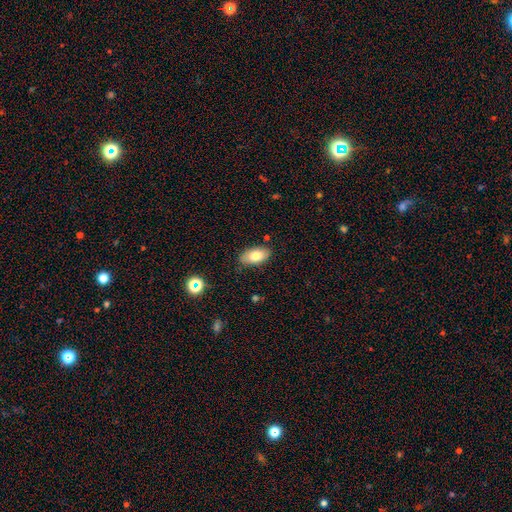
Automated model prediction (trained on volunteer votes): This is likely a smooth galaxy (77%). How rounded: clearly in between (92%). Merging: clearly none (84%).